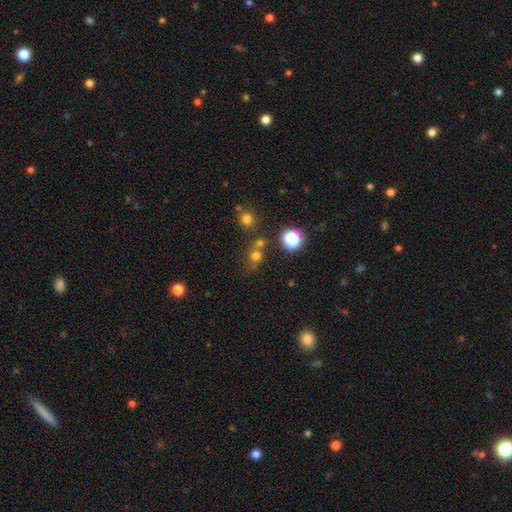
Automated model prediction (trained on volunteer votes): This appears to be a smooth galaxy with no disk features (69%) that is round (82%). Merging: none (60%).